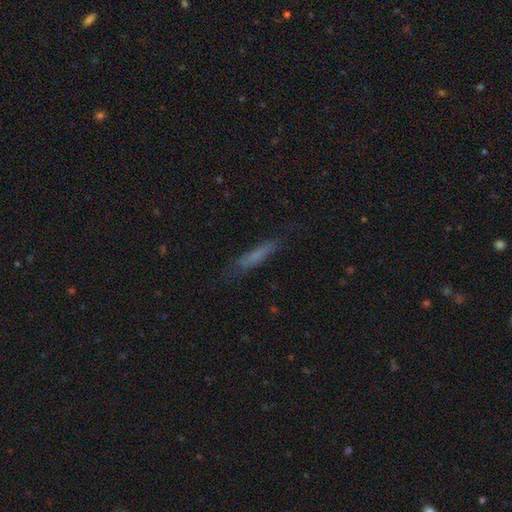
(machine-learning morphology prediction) Smooth or featured? smooth (60%)
How rounded? cigar-shaped (87%)
Merging? none (69%)